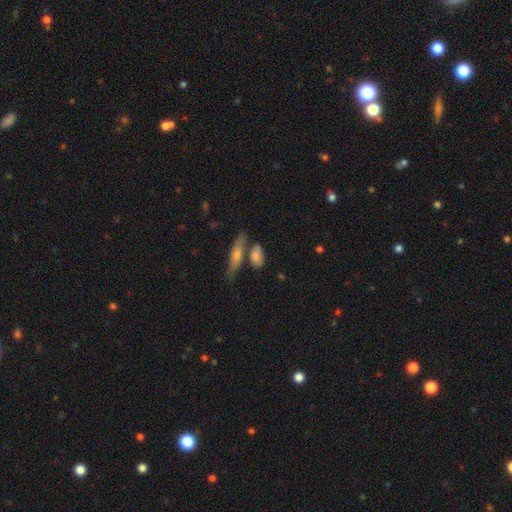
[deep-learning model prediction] Q: Smooth or featured?
A: smooth (71%); runner-up: featured or disk (20%)
Q: How rounded?
A: in between (64%); runner-up: cigar-shaped (29%)
Q: Merging?
A: none (54%); runner-up: merger (25%)